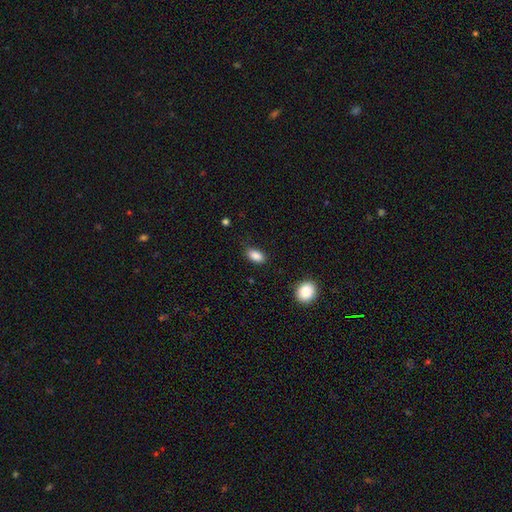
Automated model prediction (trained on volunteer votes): smooth-or-featured: smooth: 88% | star or artifact: 8% | featured or disk: 4%
  how-rounded: in between: 90% | round: 7% | cigar-shaped: 3%
  merging: none: 80% | minor disturbance: 15% | major disturbance: 3% | merger: 2%